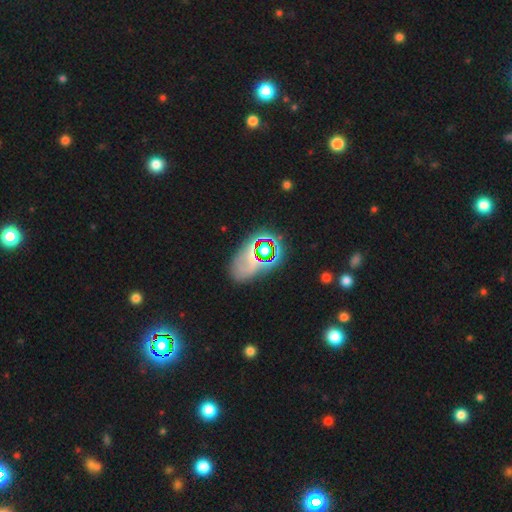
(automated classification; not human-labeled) Q: Smooth or featured?
A: star or artifact (44%); runner-up: featured or disk (29%)